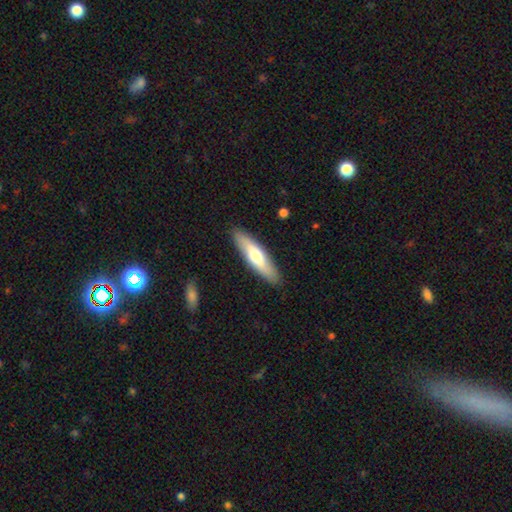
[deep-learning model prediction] This is possibly a smooth galaxy (57%). How rounded: likely cigar-shaped (72%). Merging: clearly none (89%).